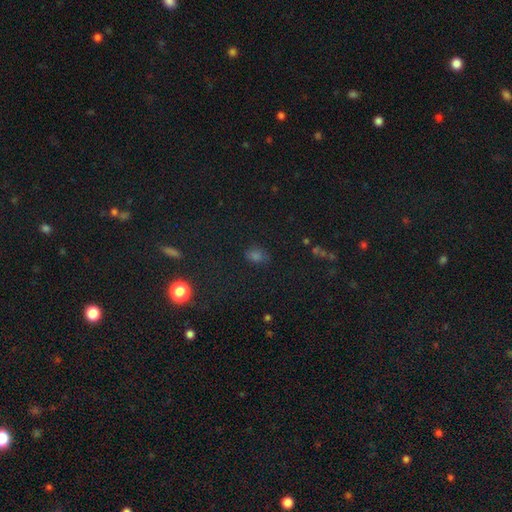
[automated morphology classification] smooth 67%, star or artifact 26%, featured or disk 7%. Down the decision tree: how rounded — in between (54%); merging — none (78%).